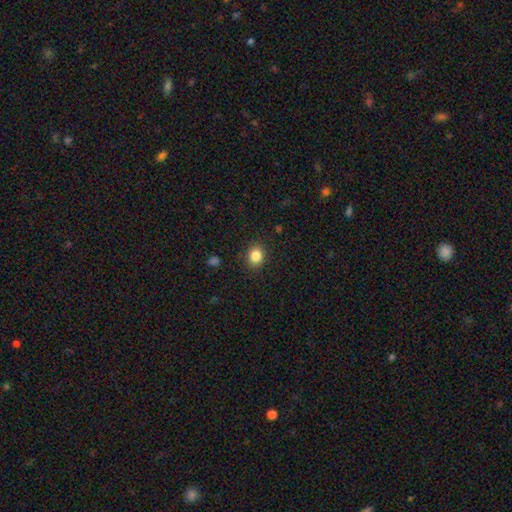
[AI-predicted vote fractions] smooth 85%, star or artifact 10%, featured or disk 5%. Down the decision tree: how rounded — round (63%); merging — none (89%).